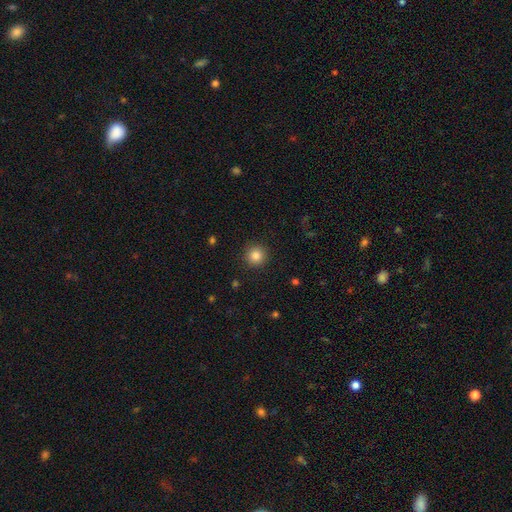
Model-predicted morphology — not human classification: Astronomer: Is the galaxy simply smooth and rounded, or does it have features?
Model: smooth — 84%.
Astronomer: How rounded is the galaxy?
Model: round — 95%.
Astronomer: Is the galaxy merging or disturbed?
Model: none — 92%.